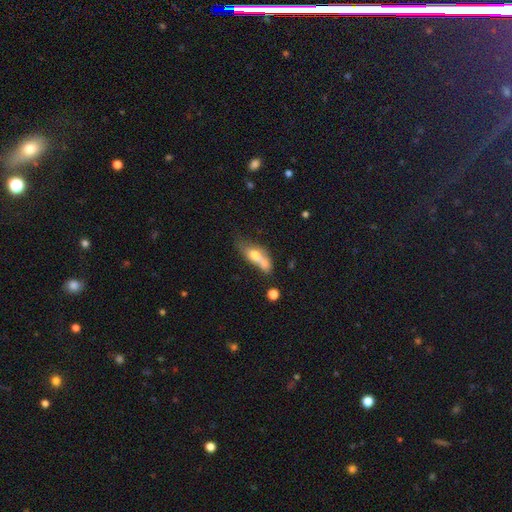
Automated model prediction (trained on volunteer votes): A smooth galaxy with no disk features (59%) that is in between round and cigar-shaped (61%).

Vote fractions:
- Smooth or featured? smooth: 59% / featured or disk: 31% / star or artifact: 10%
- How rounded? in between: 61% / cigar-shaped: 29% / round: 10%
- Merging? merger: 52% / none: 23% / minor disturbance: 14% / major disturbance: 11%